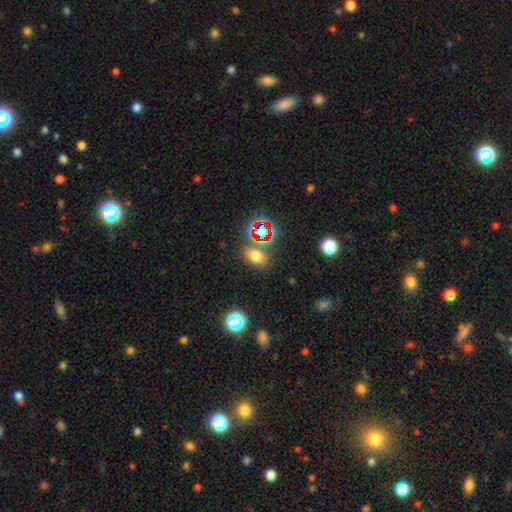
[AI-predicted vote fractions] Smooth or featured? smooth (60%)
How rounded? in between (71%)
Merging? none (72%)